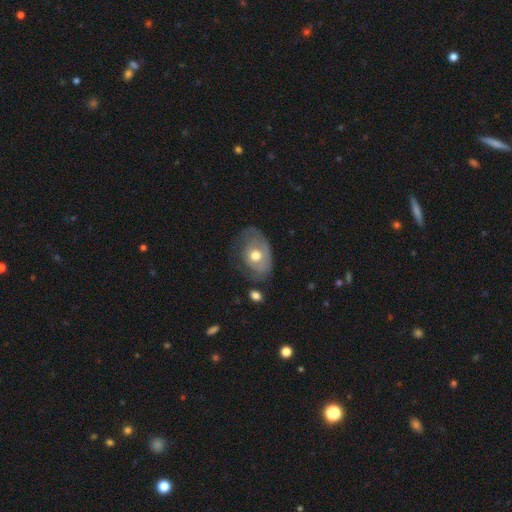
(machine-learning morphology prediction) type=featured or disk (48%); merging=none (43%).